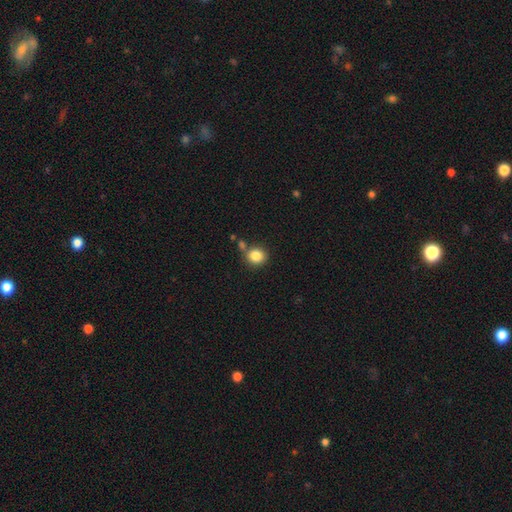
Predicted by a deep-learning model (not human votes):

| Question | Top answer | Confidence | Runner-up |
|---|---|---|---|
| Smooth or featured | smooth | 84% | star or artifact (10%) |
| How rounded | round | 83% | in between (16%) |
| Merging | none | 71% | merger (14%) |